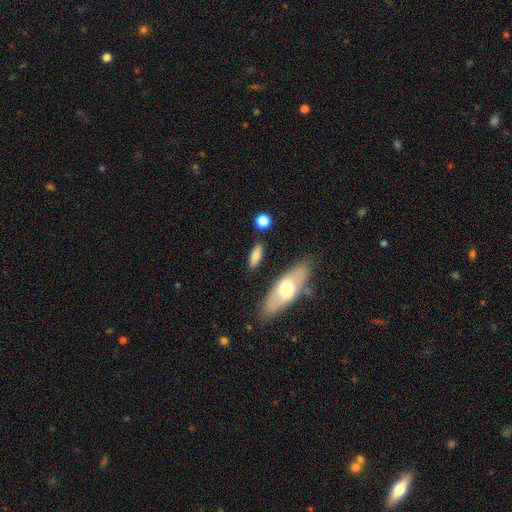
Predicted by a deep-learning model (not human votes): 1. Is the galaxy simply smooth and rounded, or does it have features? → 73% smooth, 20% featured or disk, 7% star or artifact.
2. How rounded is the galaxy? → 55% in between, 41% cigar-shaped, 4% round.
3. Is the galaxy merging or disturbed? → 80% none, 12% minor disturbance, 5% merger, 3% major disturbance.